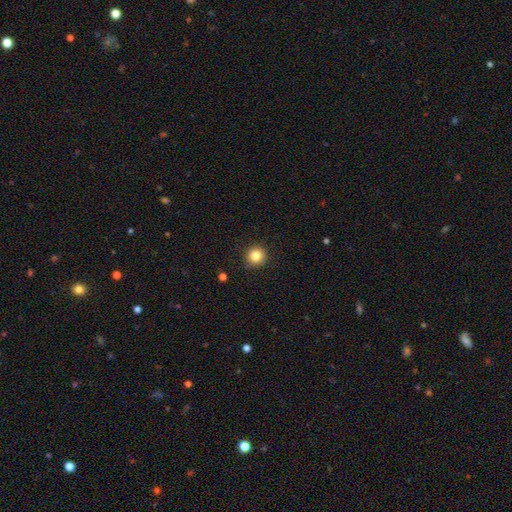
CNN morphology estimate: The model was most divided on "smooth or featured": smooth: 84%, star or artifact: 11%, featured or disk: 6%. More confident: how rounded — round (94%); merging — none (91%).